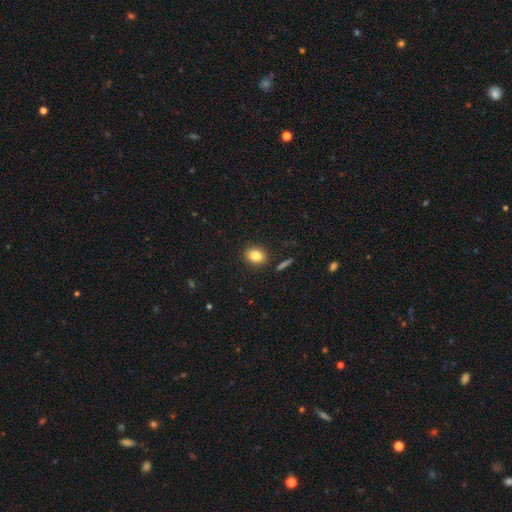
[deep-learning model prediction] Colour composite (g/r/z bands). It shows a smooth galaxy with no disk features (83%) that is in between round and cigar-shaped (54%). Merging: none (88%).